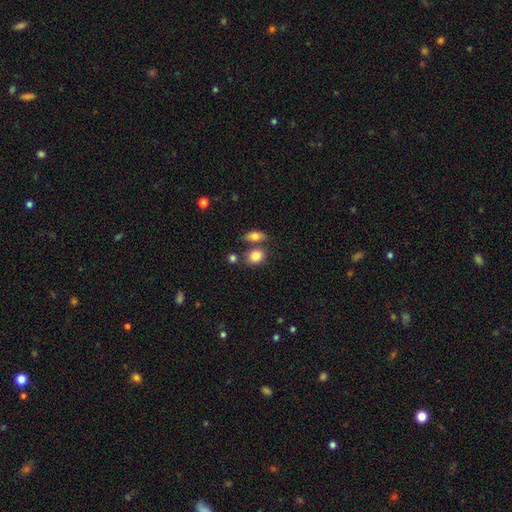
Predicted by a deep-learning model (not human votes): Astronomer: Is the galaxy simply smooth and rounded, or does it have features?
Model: smooth — 83%.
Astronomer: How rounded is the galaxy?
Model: in between — 54% (runner-up: round, 44%).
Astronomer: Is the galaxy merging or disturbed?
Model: none — 61%.